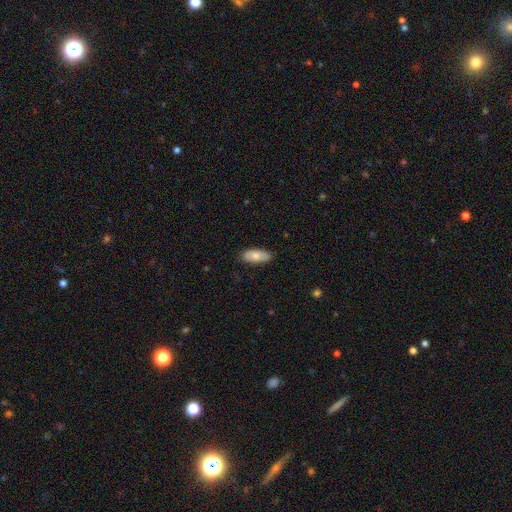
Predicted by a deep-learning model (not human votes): Smooth or featured? Predicted: smooth (p=0.76). How rounded? Predicted: in between (p=0.86). Merging? Predicted: none (p=0.85).